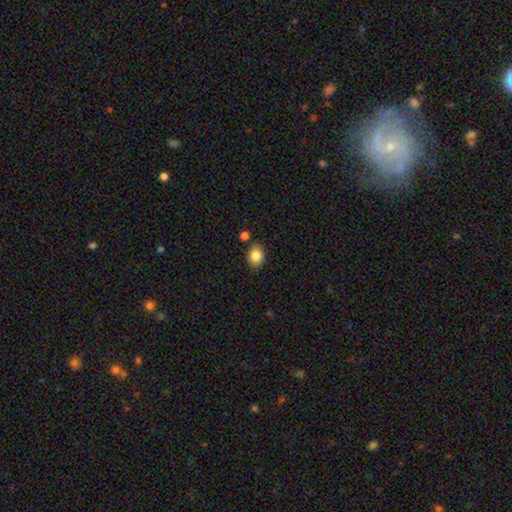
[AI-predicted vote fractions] Smooth or featured? smooth (85%)
How rounded? in between (69%)
Merging? none (81%)